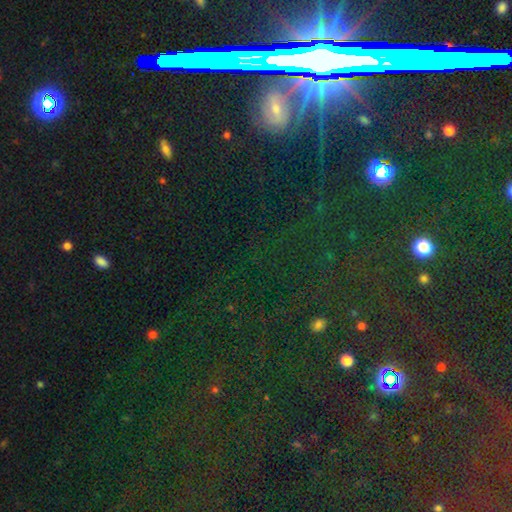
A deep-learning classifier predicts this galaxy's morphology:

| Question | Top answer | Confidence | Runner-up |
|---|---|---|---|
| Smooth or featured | star or artifact | 70% | smooth (16%) |